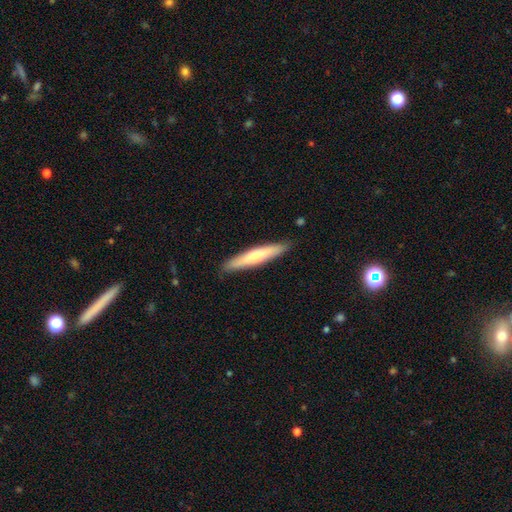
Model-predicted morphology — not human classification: smooth_or_featured: smooth (p=0.59) [alt: featured or disk p=0.36]
how_rounded: cigar-shaped (p=0.91) [alt: in between p=0.08]
merging: none (p=0.88) [alt: minor disturbance p=0.09]